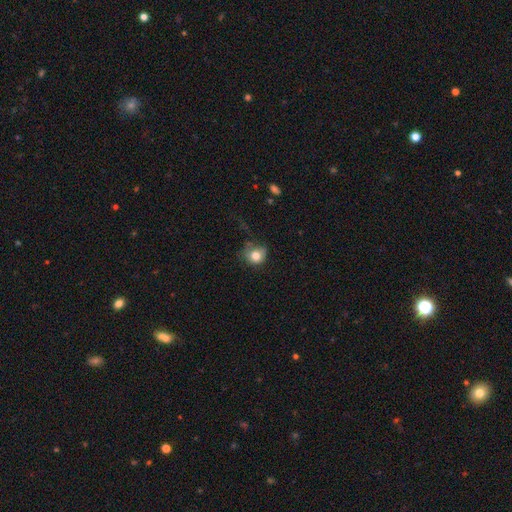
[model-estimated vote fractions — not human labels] Overall: smooth (79%). How rounded: round (74%). Merging: none (51%; minor disturbance 30%).